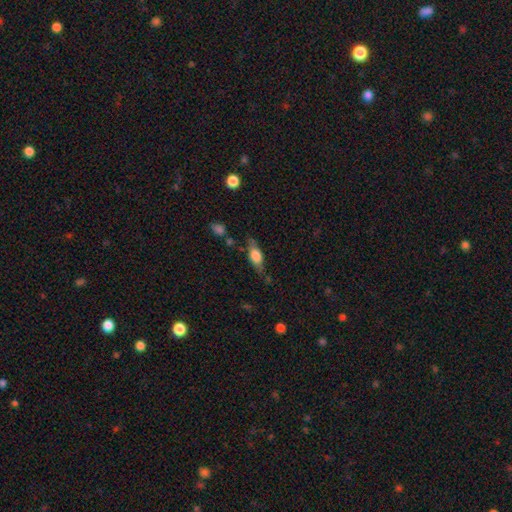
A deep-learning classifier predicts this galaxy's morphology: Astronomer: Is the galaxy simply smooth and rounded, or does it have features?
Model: smooth — 55% (runner-up: featured or disk, 38%).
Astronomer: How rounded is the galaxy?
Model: in between — 66%.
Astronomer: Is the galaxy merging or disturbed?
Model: none — 67%.